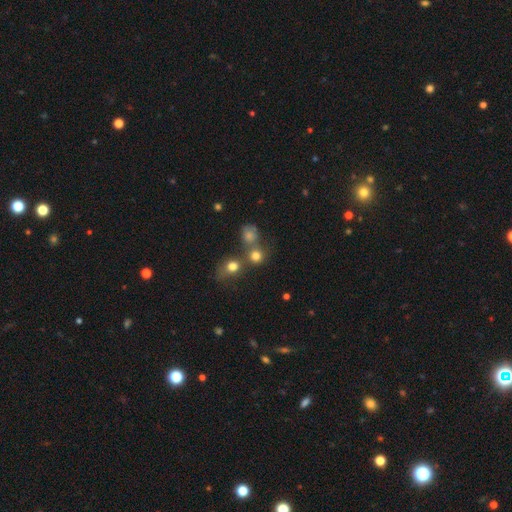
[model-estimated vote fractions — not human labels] smooth 76%, star or artifact 15%, featured or disk 9%. Down the decision tree: how rounded — round (85%); merging — none (50%).